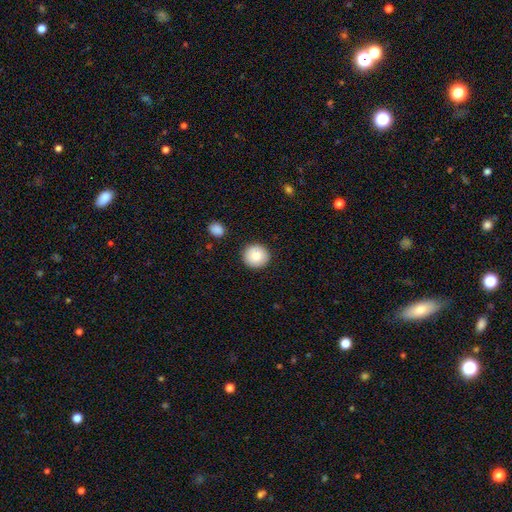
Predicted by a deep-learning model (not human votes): Smooth or featured?
  - smooth: 83% *
  - featured or disk: 9%
  - star or artifact: 8%
How rounded?
  - round: 94% *
  - in between: 5%
  - cigar-shaped: 1%
Merging?
  - none: 90% *
  - minor disturbance: 6%
  - merger: 2%
  - major disturbance: 2%